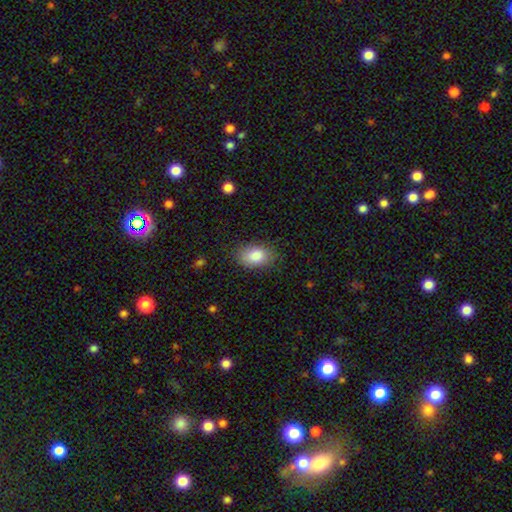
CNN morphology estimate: A smooth galaxy with no disk features (85%) that is in between round and cigar-shaped (88%).

Vote fractions:
- Smooth or featured? smooth: 85% / featured or disk: 8% / star or artifact: 7%
- How rounded? in between: 88% / round: 10% / cigar-shaped: 1%
- Merging? none: 80% / minor disturbance: 15% / major disturbance: 4% / merger: 1%